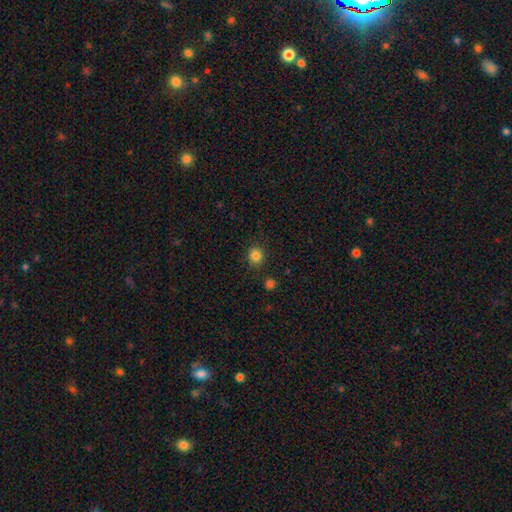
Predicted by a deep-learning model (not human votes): A smooth galaxy with no disk features (84%) that is round (85%). Merging: none (86%).